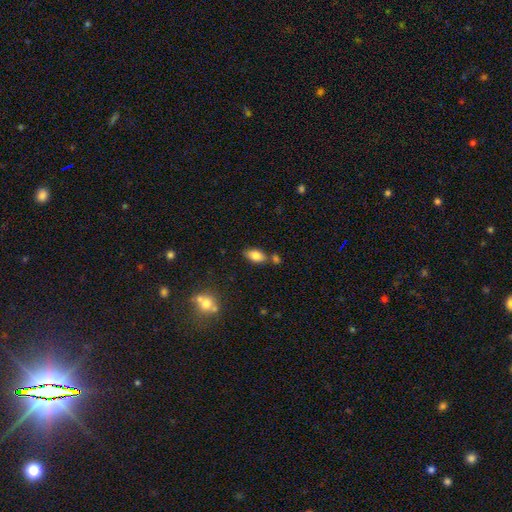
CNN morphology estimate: Smooth or featured? smooth (82%)
How rounded? in between (91%)
Merging? none (68%)